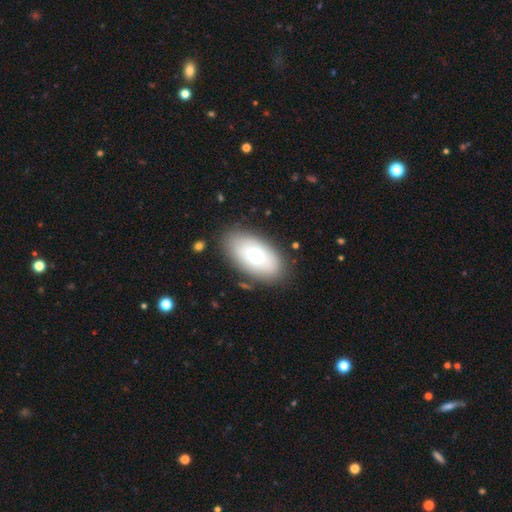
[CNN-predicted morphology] A smooth galaxy with no disk features (65%) that is in between round and cigar-shaped (92%). Merging: none (82%).